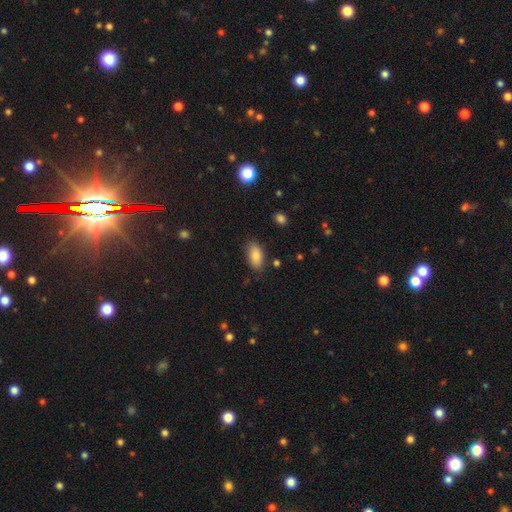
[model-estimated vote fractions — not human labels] smooth-or-featured: smooth: 84% | featured or disk: 8% | star or artifact: 8%
  how-rounded: in between: 91% | cigar-shaped: 5% | round: 3%
  merging: none: 83% | minor disturbance: 12% | major disturbance: 3% | merger: 2%